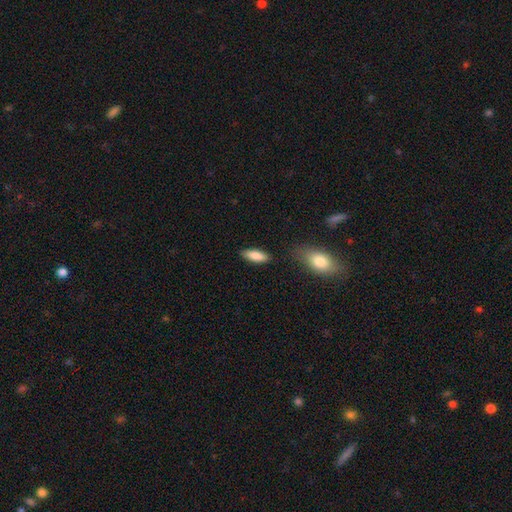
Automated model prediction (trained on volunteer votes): Smooth or featured: smooth — 85% (featured or disk — 9%)
How rounded: in between — 69% (cigar-shaped — 29%)
Merging: none — 82% (minor disturbance — 12%)